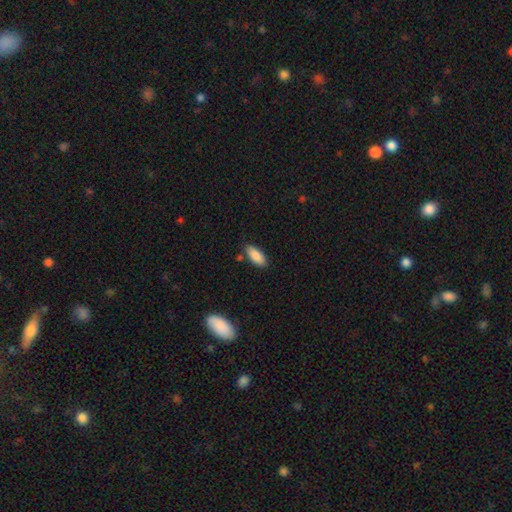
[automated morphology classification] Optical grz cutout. It shows a smooth galaxy with no disk features (88%) that is in between round and cigar-shaped (86%). Merging: none (80%).